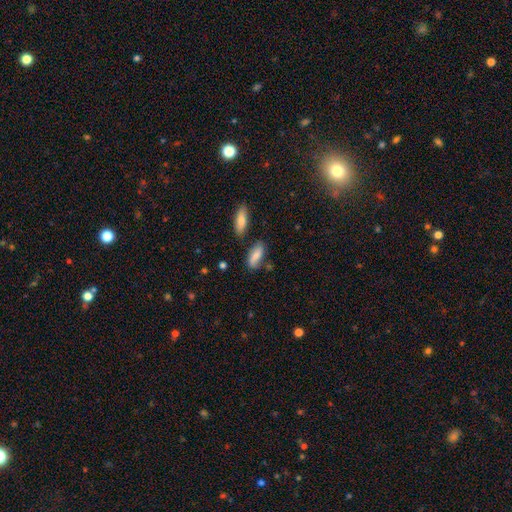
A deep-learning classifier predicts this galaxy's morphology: Smooth or featured: smooth — 76% (featured or disk — 16%)
How rounded: in between — 79% (cigar-shaped — 18%)
Merging: none — 67% (minor disturbance — 20%)